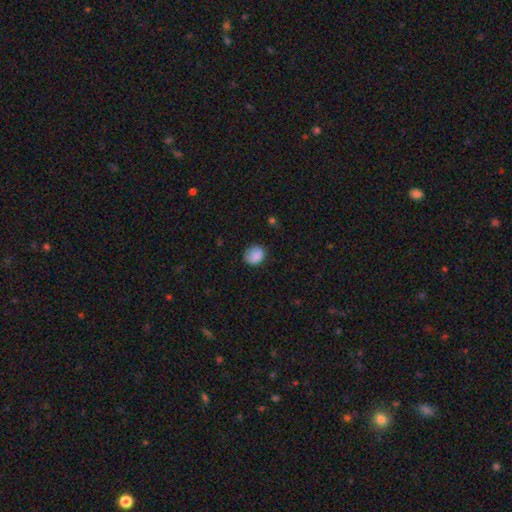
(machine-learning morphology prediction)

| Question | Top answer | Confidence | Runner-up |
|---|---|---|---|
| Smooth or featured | smooth | 85% | star or artifact (8%) |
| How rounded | round | 59% | in between (40%) |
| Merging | none | 70% | minor disturbance (23%) |